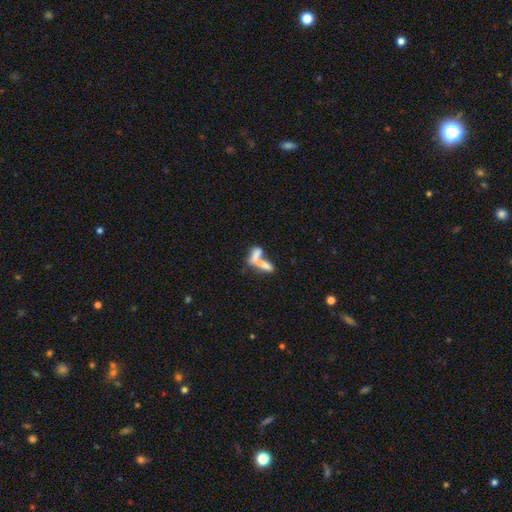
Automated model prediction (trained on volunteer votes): This appears to be a smooth galaxy with no disk features (64%) that is cigar-shaped (49%). Merging: merger (65%).